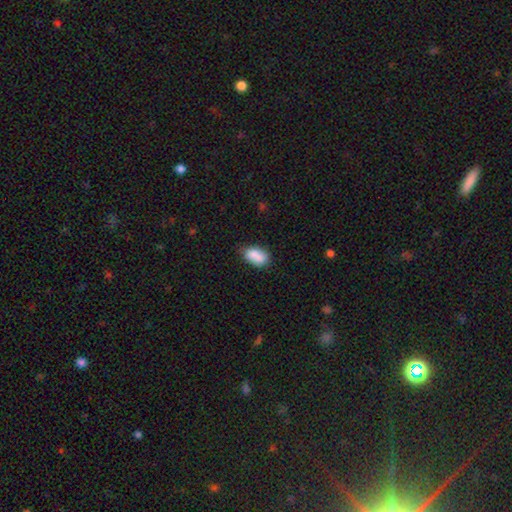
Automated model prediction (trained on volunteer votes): This appears to be a smooth galaxy with no disk features (80%) that is in between round and cigar-shaped (87%). Merging: none (50%).